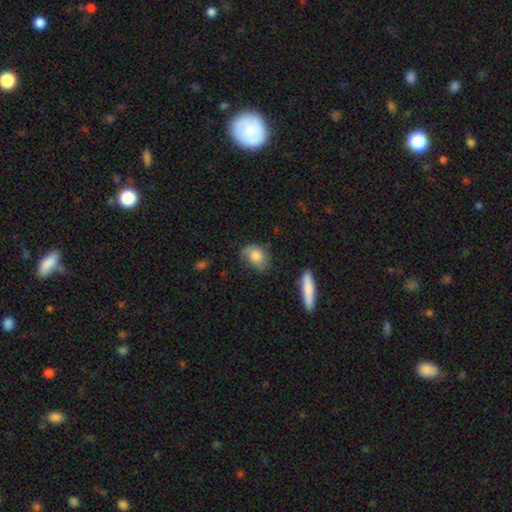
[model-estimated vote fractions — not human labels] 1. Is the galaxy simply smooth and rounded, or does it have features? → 66% smooth, 27% featured or disk, 8% star or artifact.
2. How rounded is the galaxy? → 72% in between, 26% round, 2% cigar-shaped.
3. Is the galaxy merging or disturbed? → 53% none, 31% minor disturbance, 13% major disturbance, 3% merger.